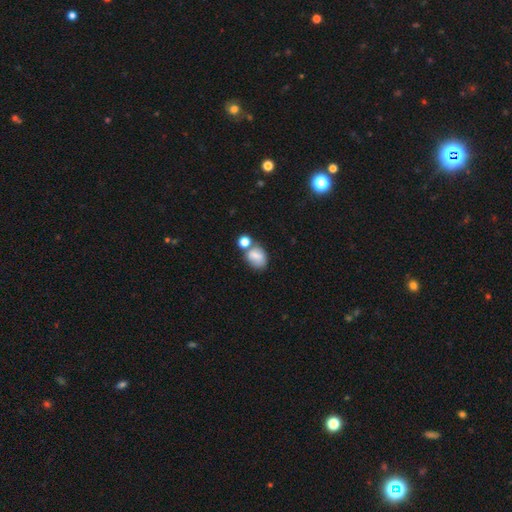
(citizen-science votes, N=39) smooth-or-featured: smooth: 72% | featured or disk: 21% | star or artifact: 8%
  how-rounded: in between: 61% | round: 39% | cigar-shaped: 0%
  merging: none: 44% | merger: 36% | minor disturbance: 17% | major disturbance: 3%